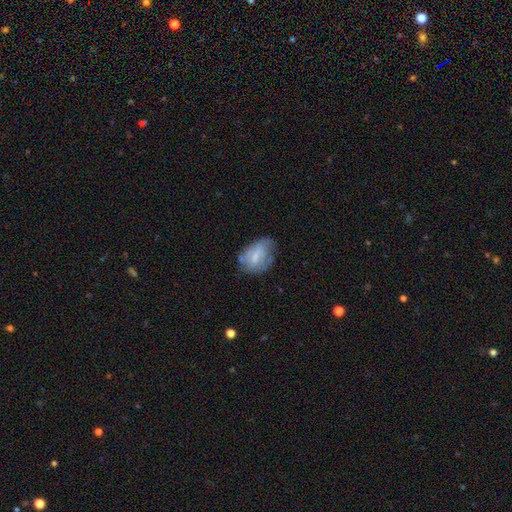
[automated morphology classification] A smooth galaxy with no disk features (54%) that is in between round and cigar-shaped (83%). Merging: none (46%).